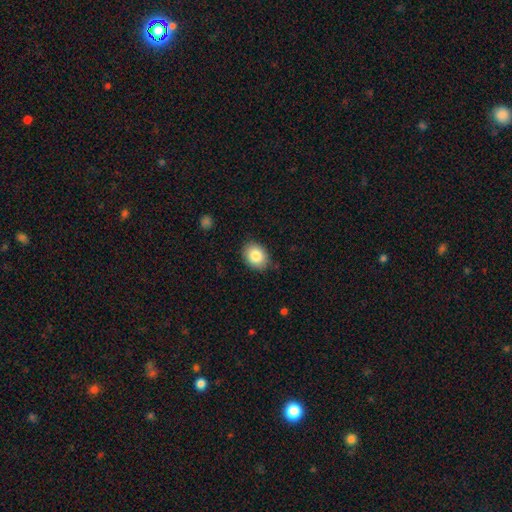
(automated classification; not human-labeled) Q: Smooth or featured?
A: smooth (85%); runner-up: star or artifact (8%)
Q: How rounded?
A: in between (59%); runner-up: round (41%)
Q: Merging?
A: none (83%); runner-up: minor disturbance (13%)